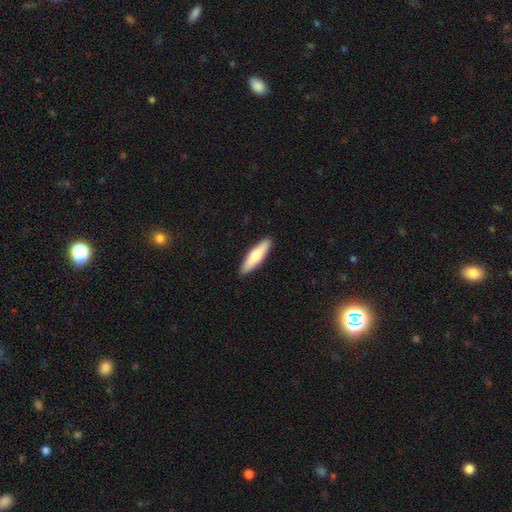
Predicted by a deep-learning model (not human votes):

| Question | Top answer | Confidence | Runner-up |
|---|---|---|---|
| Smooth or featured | smooth | 69% | featured or disk (26%) |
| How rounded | cigar-shaped | 71% | in between (27%) |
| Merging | none | 91% | minor disturbance (7%) |